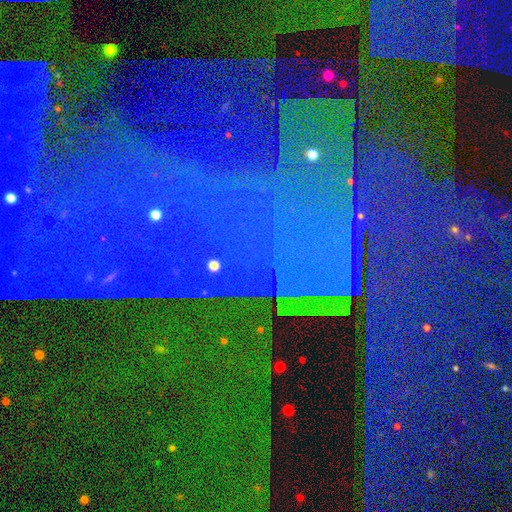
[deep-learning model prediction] Smooth or featured? star or artifact (86%)